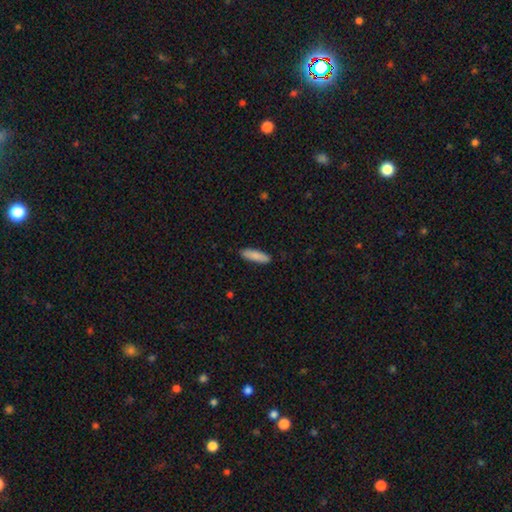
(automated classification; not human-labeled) This is clearly a smooth galaxy (86%). How rounded: likely cigar-shaped (62%). Merging: clearly none (88%).